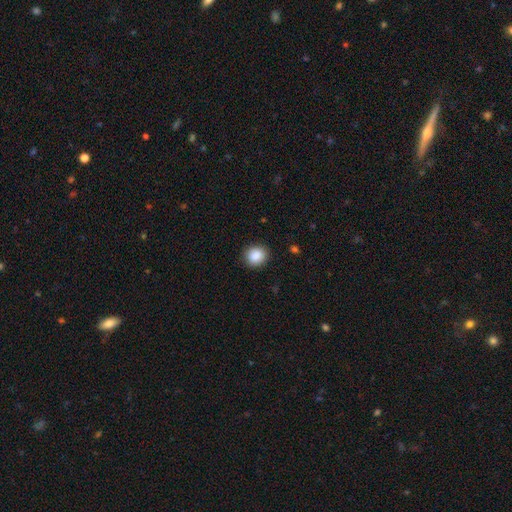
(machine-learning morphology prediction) smooth 88%, star or artifact 8%, featured or disk 4%. Down the decision tree: how rounded — round (79%); merging — none (89%).